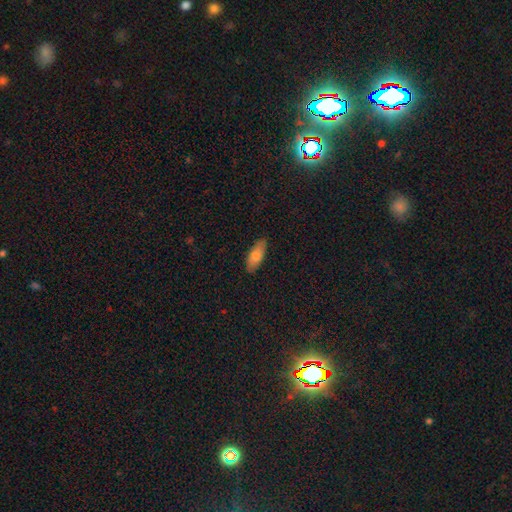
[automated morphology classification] type=smooth (77%); roundness=in between (78%); merging=none (87%).